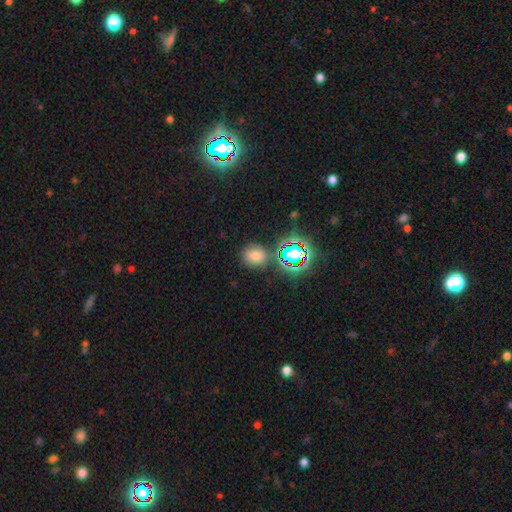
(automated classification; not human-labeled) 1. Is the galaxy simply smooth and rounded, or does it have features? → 63% smooth, 30% star or artifact, 7% featured or disk.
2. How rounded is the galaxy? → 65% round, 34% in between, 1% cigar-shaped.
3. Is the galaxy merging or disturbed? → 81% none, 10% minor disturbance, 6% merger, 3% major disturbance.